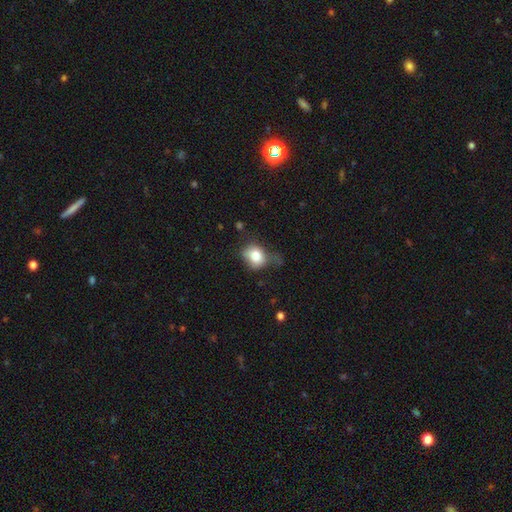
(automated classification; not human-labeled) The model was most divided on "how rounded" (2-way tie): in between: 49%, round: 49%, cigar-shaped: 1%. Remaining: smooth or featured — smooth (78%); merging — none (41%).